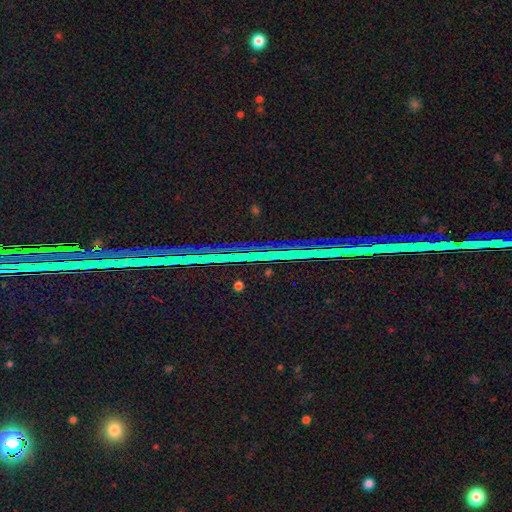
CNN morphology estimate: Q: Smooth or featured?
A: star or artifact (78%); runner-up: smooth (11%)